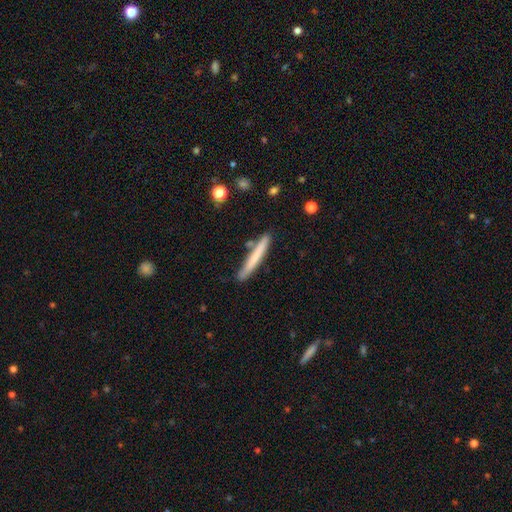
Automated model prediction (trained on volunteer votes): This appears to be a smooth galaxy with no disk features (67%) that is cigar-shaped (96%). Merging: none (81%).